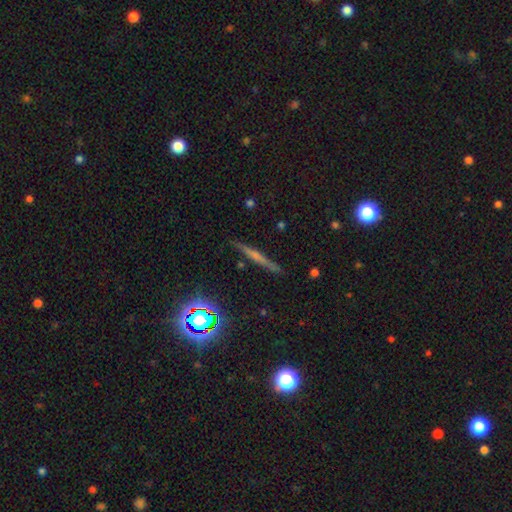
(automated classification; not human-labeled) This appears to be a featured or disk galaxy (51%) viewed edge-on (95%). Merging: none (88%).